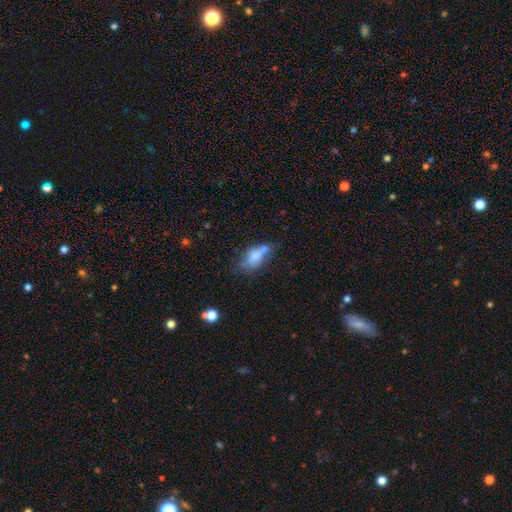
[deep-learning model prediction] smooth-or-featured: smooth: 61% | featured or disk: 28% | star or artifact: 11%
  how-rounded: in between: 78% | cigar-shaped: 15% | round: 7%
  merging: none: 32% | merger: 25% | minor disturbance: 24% | major disturbance: 19%